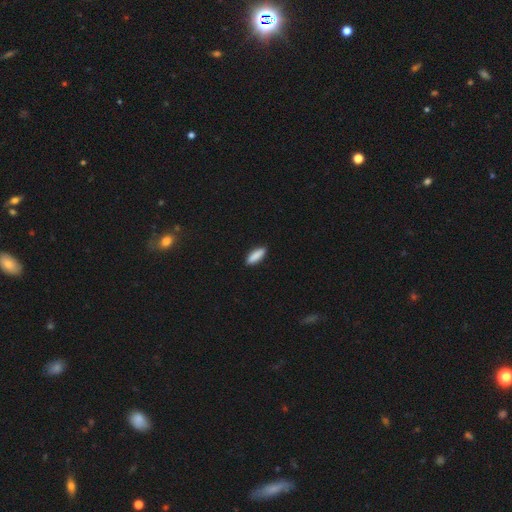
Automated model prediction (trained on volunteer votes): Smooth or featured? Predicted: smooth (p=0.89). How rounded? Predicted: cigar-shaped (p=0.51). Merging? Predicted: none (p=0.90).